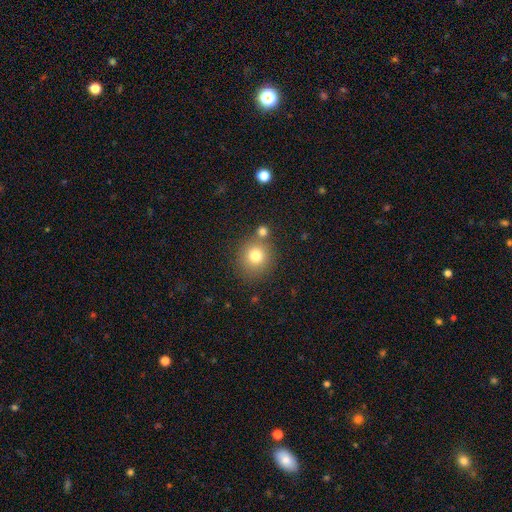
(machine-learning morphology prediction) This appears to be a smooth galaxy with no disk features (78%) that is round (88%). Merging: none (70%).